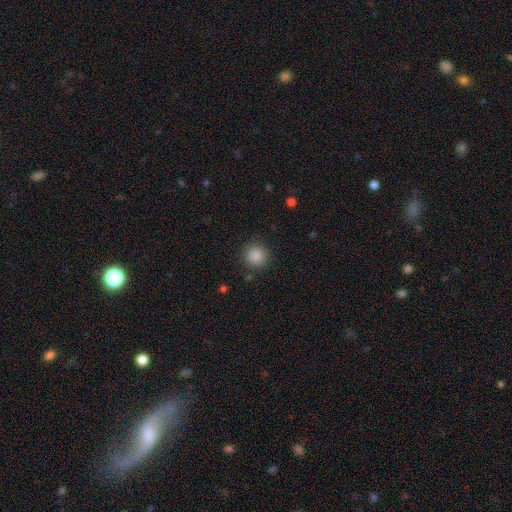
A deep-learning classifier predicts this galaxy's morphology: Smooth or featured? smooth (87%)
How rounded? round (94%)
Merging? none (88%)